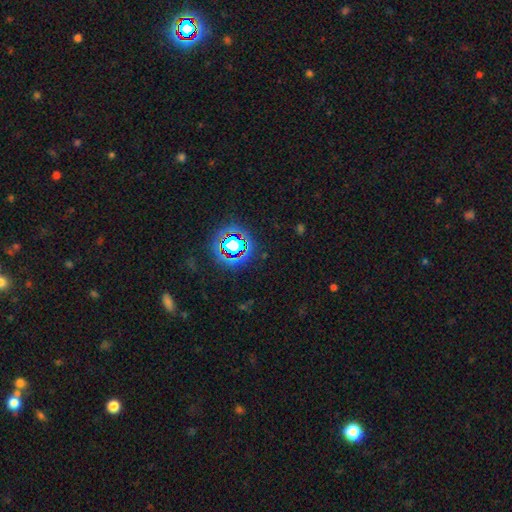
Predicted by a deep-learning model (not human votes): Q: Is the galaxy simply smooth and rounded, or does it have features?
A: star or artifact — 77%.